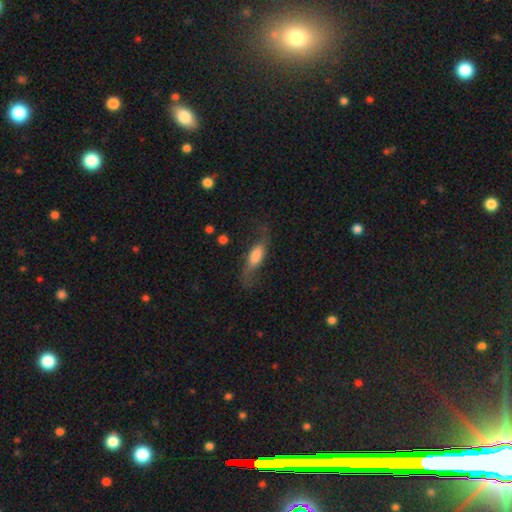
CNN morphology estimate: smooth-or-featured: smooth: 48% | featured or disk: 44% | star or artifact: 9%
  merging: none: 58% | minor disturbance: 23% | major disturbance: 17% | merger: 2%